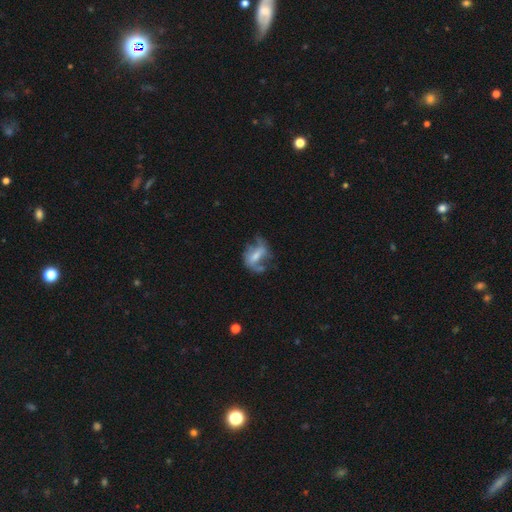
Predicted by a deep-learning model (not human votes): Smooth or featured: featured or disk — 62% (smooth — 29%)
Edge-on disk: no — 94% (yes — 6%)
Bar: weak — 40% (no — 30%)
Spiral arms: yes — 62% (no — 38%)
Bulge size: small — 39% (moderate — 38%)
Merging: none — 38% (major disturbance — 32%)